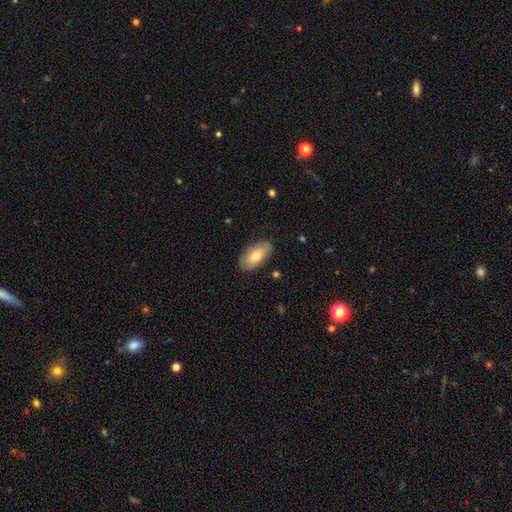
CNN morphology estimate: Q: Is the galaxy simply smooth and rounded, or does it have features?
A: smooth — 72%.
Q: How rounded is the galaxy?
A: in between — 93%.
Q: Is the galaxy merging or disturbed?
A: none — 82%.